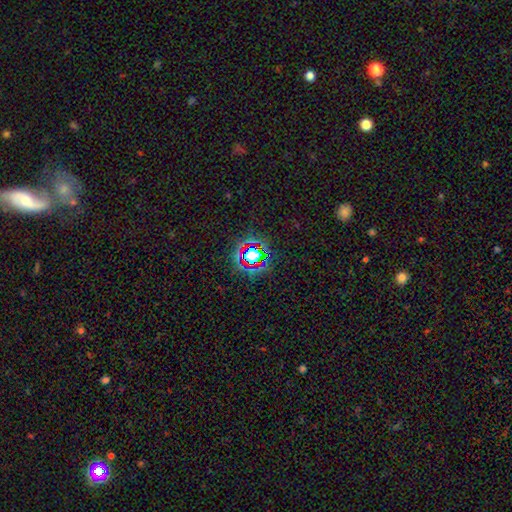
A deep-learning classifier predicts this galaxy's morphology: A star or artifact, not a galaxy (65%).

Vote fractions:
- Smooth or featured? star or artifact: 65% / smooth: 24% / featured or disk: 11%